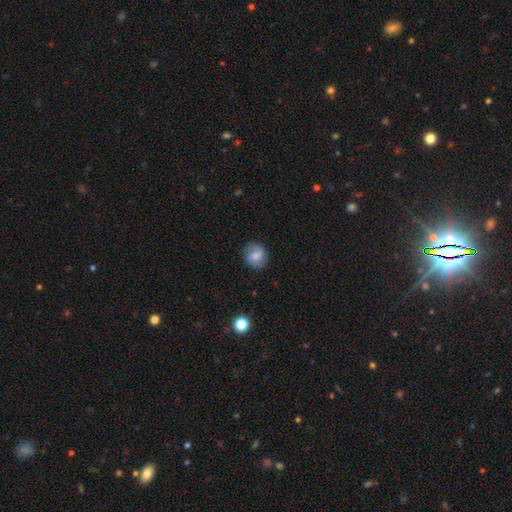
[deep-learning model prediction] smooth-or-featured: smooth: 73% | featured or disk: 18% | star or artifact: 9%
  how-rounded: round: 70% | in between: 28% | cigar-shaped: 1%
  merging: none: 82% | minor disturbance: 13% | major disturbance: 4% | merger: 1%